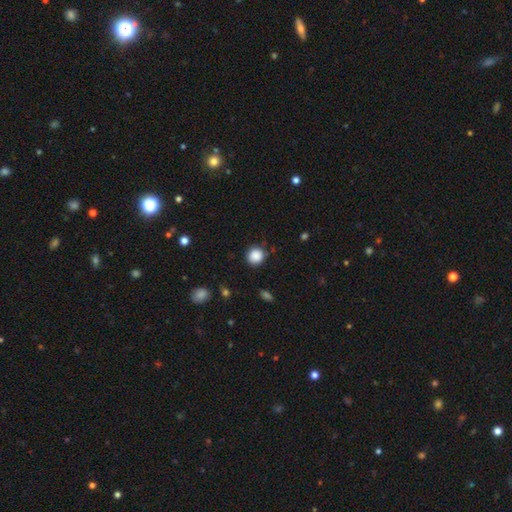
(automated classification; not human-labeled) A smooth galaxy with no disk features (87%) that is round (91%).

Vote fractions:
- Smooth or featured? smooth: 87% / star or artifact: 9% / featured or disk: 3%
- How rounded? round: 91% / in between: 8% / cigar-shaped: 1%
- Merging? none: 85% / minor disturbance: 10% / major disturbance: 3% / merger: 2%